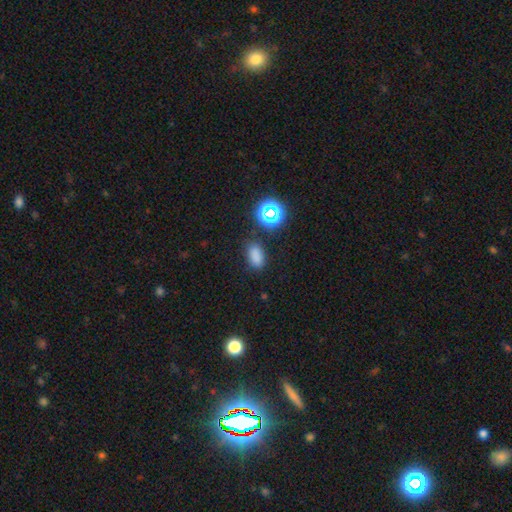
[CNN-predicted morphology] type=smooth (77%); roundness=in between (88%); merging=none (82%).